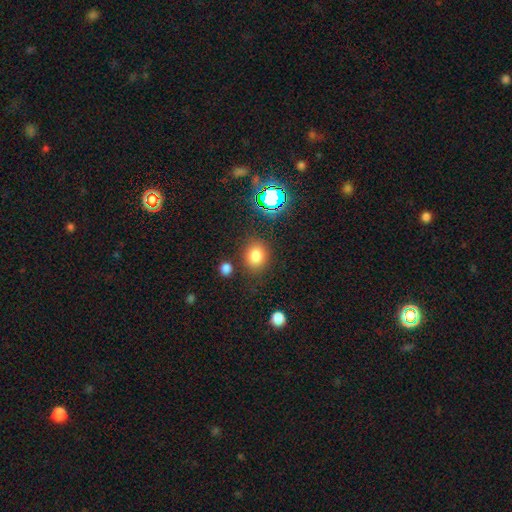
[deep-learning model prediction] Smooth or featured: smooth — 79% (star or artifact — 15%)
How rounded: round — 63% (in between — 36%)
Merging: none — 80% (minor disturbance — 11%)